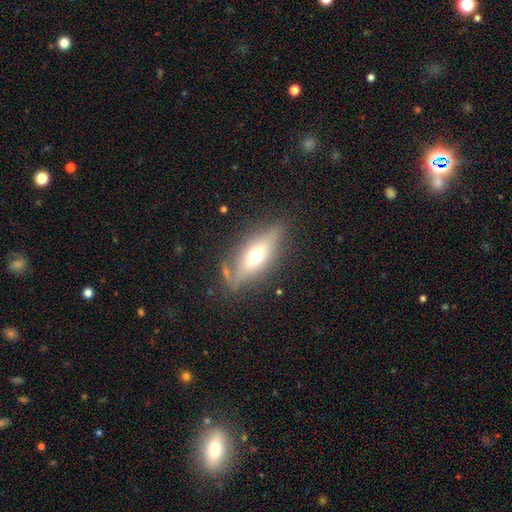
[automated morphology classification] This appears to be a featured or disk galaxy (51%) viewed edge-on (79%). Merging: none (75%).